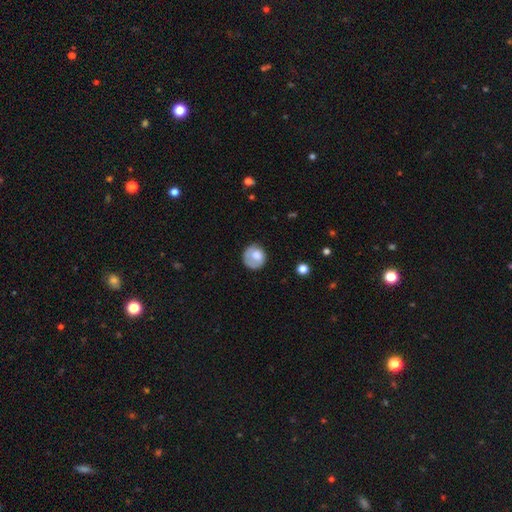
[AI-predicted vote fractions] The model was most divided on "merging": none: 59%, minor disturbance: 25%, major disturbance: 14%, merger: 2%. More confident: how rounded — round (80%); smooth or featured — smooth (69%).